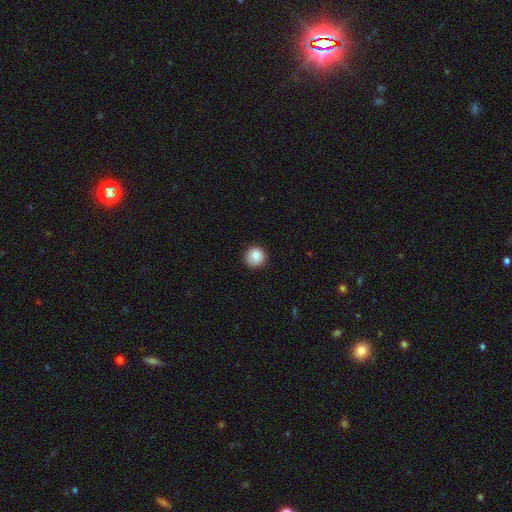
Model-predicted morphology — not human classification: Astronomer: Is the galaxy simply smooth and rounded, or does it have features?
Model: smooth — 85%.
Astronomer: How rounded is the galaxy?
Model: round — 92%.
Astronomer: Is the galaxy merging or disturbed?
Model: none — 84%.